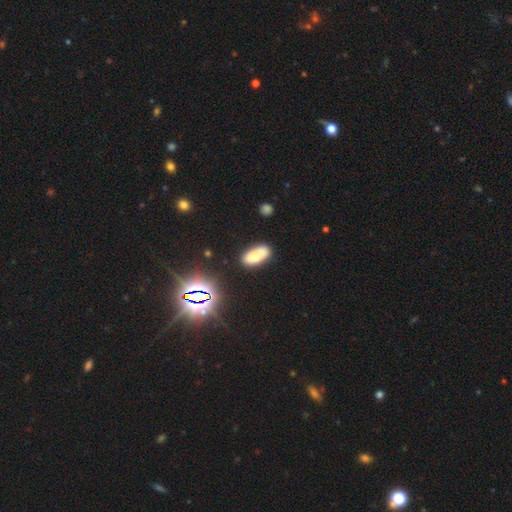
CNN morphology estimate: type=smooth (77%); roundness=in between (84%); merging=none (72%).